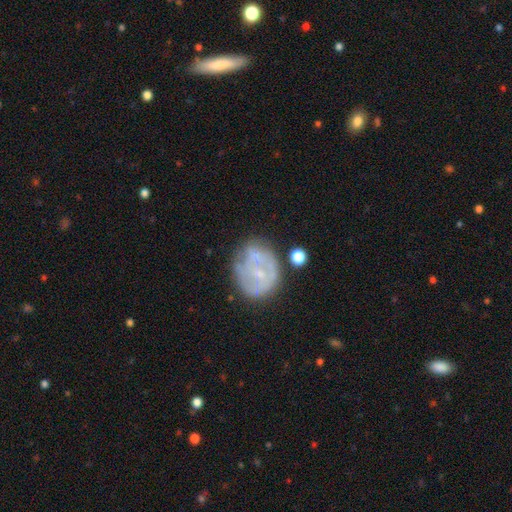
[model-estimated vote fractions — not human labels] Smooth or featured? featured or disk (50%)
Edge-on disk? no (98%)
Merging? none (51%)